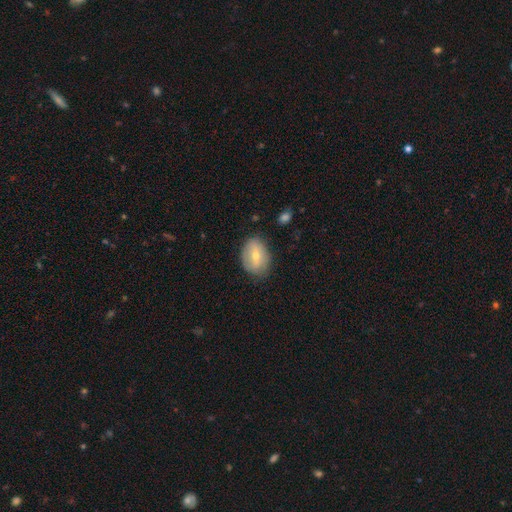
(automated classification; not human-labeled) Smooth or featured: smooth — 56% (featured or disk — 36%)
How rounded: in between — 75% (round — 23%)
Merging: none — 75% (minor disturbance — 19%)